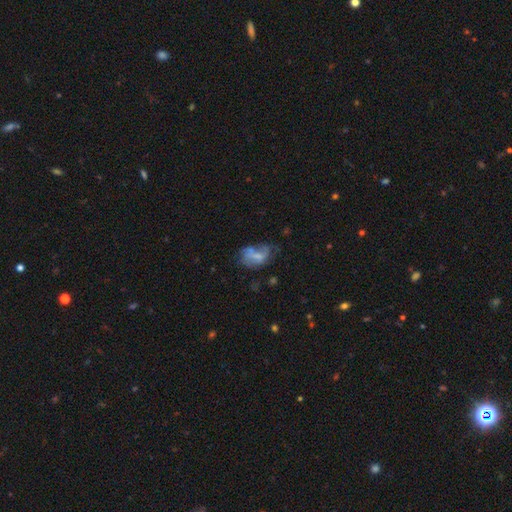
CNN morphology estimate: This appears to be a smooth galaxy with no disk features (48%). Merging: none (32%).